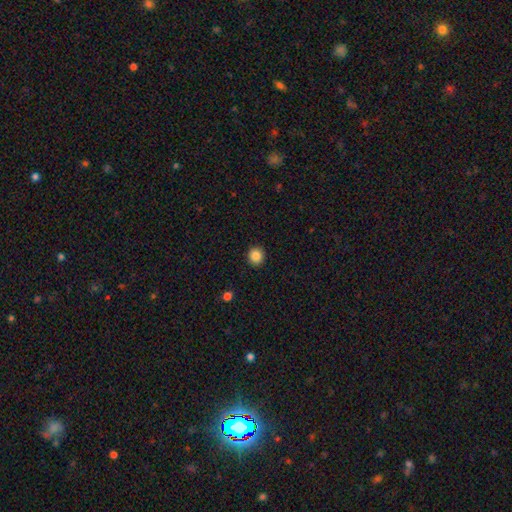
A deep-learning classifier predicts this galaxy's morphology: smooth-or-featured: smooth: 86% | star or artifact: 10% | featured or disk: 4%
  how-rounded: round: 91% | in between: 8% | cigar-shaped: 1%
  merging: none: 93% | minor disturbance: 5% | major disturbance: 2% | merger: 1%